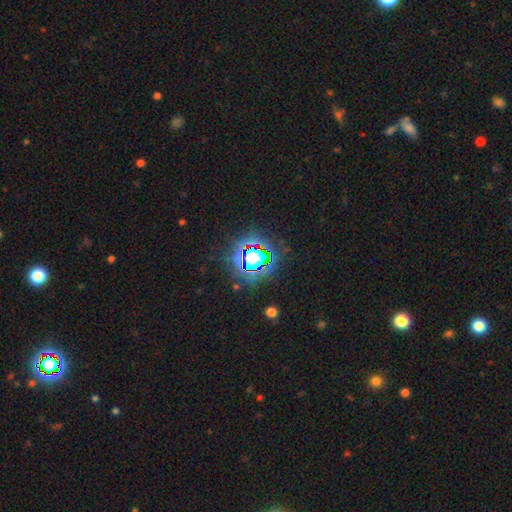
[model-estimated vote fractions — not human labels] A star or artifact, not a galaxy (65%).

Vote fractions:
- Smooth or featured? star or artifact: 65% / smooth: 23% / featured or disk: 12%